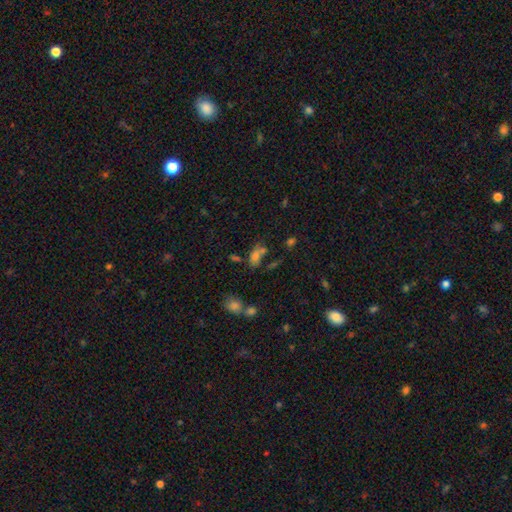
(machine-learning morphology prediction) Smooth or featured?
  - smooth: 66% *
  - star or artifact: 18%
  - featured or disk: 16%
How rounded?
  - in between: 80% *
  - round: 14%
  - cigar-shaped: 6%
Merging?
  - none: 43% *
  - merger: 31%
  - minor disturbance: 16%
  - major disturbance: 10%